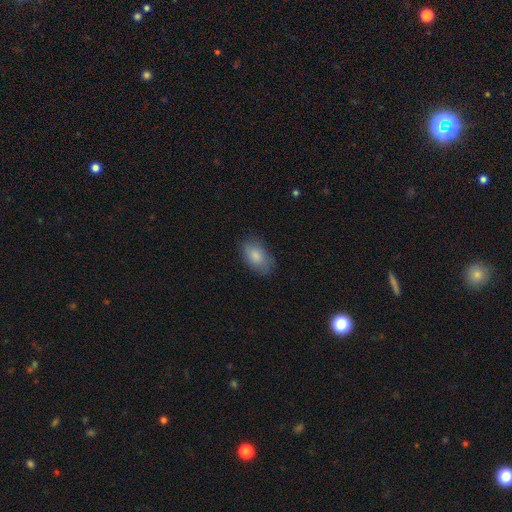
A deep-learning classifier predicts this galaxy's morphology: smooth 84%, featured or disk 9%, star or artifact 7%. Down the decision tree: how rounded — in between (91%); merging — none (76%).